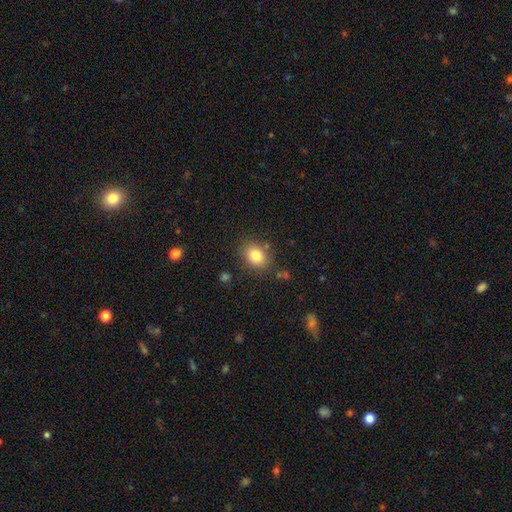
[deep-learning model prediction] Smooth or featured? smooth (82%)
How rounded? in between (57%)
Merging? none (82%)